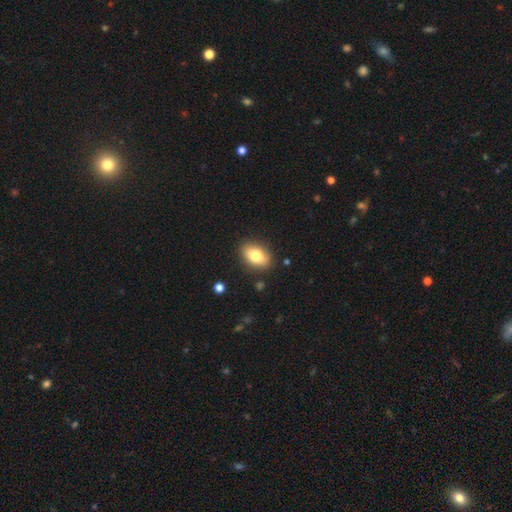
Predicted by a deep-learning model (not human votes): smooth_or_featured: smooth (p=0.79) [alt: featured or disk p=0.13]
how_rounded: in between (p=0.86) [alt: round p=0.12]
merging: none (p=0.86) [alt: minor disturbance p=0.10]